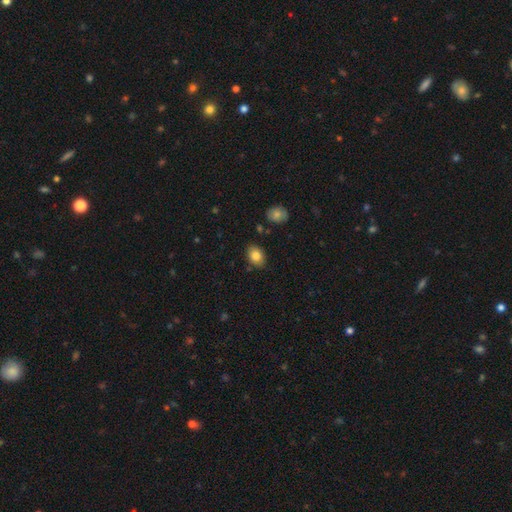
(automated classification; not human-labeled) The model was most divided on "how rounded": in between: 74%, round: 25%, cigar-shaped: 1%. More confident: merging — none (84%); smooth or featured — smooth (83%).